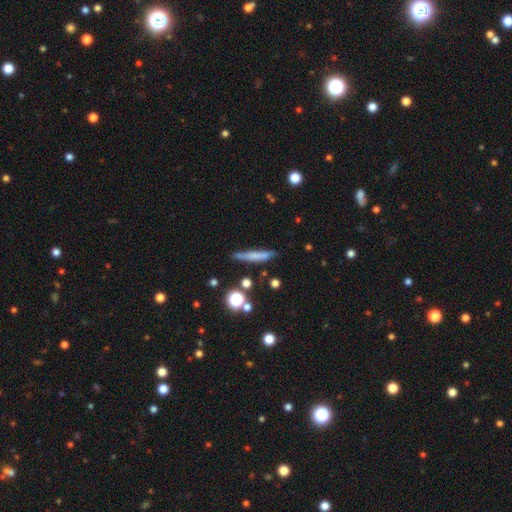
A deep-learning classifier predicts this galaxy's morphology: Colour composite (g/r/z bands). It shows a smooth galaxy with no disk features (63%) that is cigar-shaped (89%). Merging: none (77%).